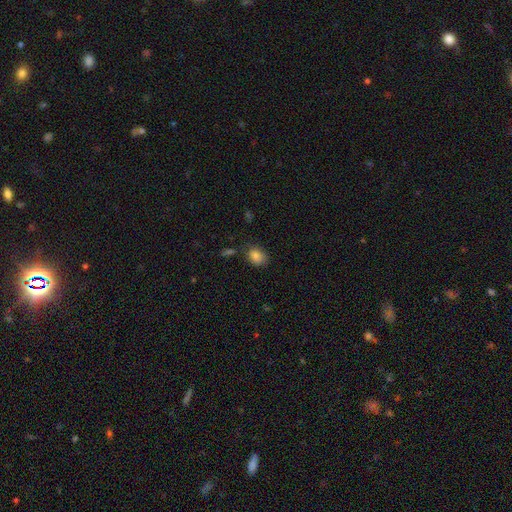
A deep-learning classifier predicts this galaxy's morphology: Overall: smooth (84%). How rounded: in between (61%; round 38%). Merging: none (75%).